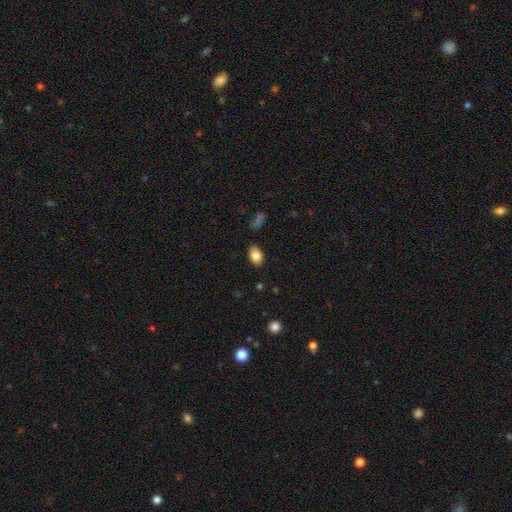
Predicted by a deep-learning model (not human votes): smooth-or-featured: smooth: 84% | star or artifact: 8% | featured or disk: 8%
  how-rounded: in between: 88% | round: 11% | cigar-shaped: 1%
  merging: none: 85% | minor disturbance: 11% | major disturbance: 3% | merger: 1%